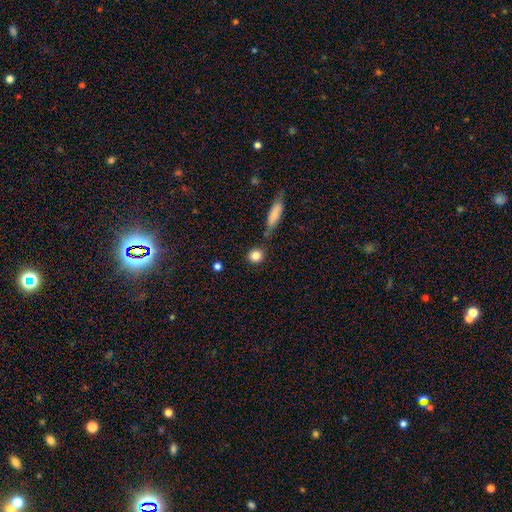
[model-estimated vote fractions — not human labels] This appears to be a smooth galaxy with no disk features (84%) that is round (84%). Merging: none (80%).